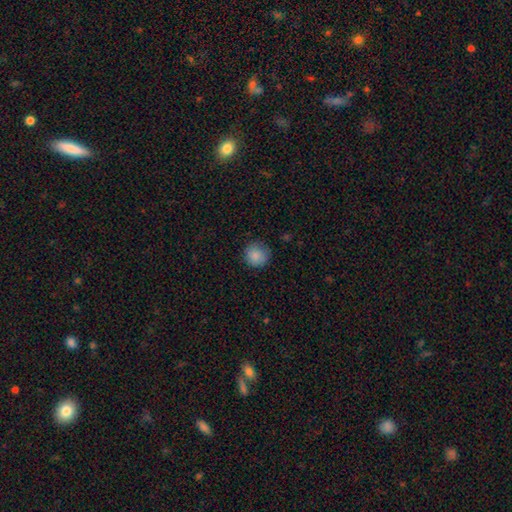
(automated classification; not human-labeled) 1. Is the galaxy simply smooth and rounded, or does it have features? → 87% smooth, 9% star or artifact, 4% featured or disk.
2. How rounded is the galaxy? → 92% round, 7% in between, 1% cigar-shaped.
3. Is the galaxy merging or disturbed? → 83% none, 13% minor disturbance, 3% major disturbance, 1% merger.